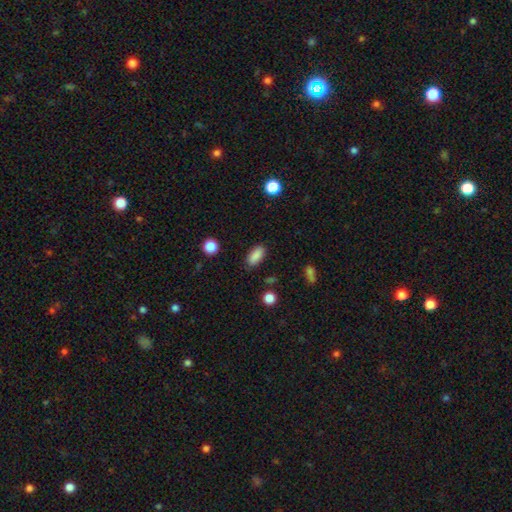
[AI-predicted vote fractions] smooth 87%, star or artifact 8%, featured or disk 4%. Down the decision tree: how rounded — in between (86%); merging — none (85%).